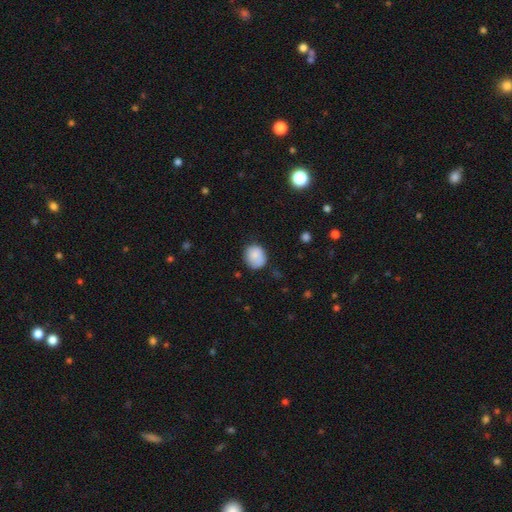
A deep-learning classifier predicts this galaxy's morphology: smooth_or_featured: smooth (p=0.84) [alt: featured or disk p=0.08]
how_rounded: round (p=0.70) [alt: in between p=0.29]
merging: none (p=0.71) [alt: minor disturbance p=0.22]